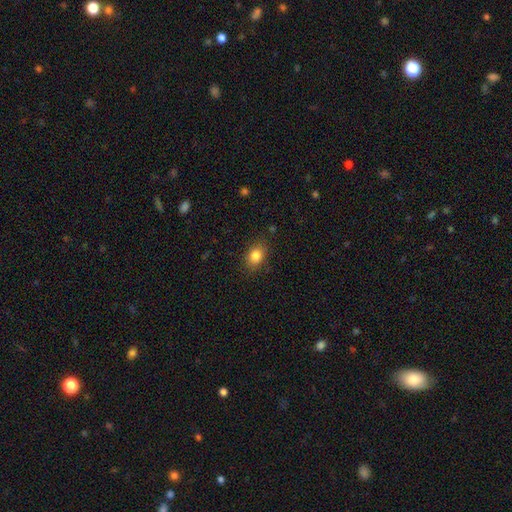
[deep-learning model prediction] The model was most divided on "how rounded": in between: 74%, round: 25%, cigar-shaped: 2%. More confident: merging — none (84%); smooth or featured — smooth (83%).